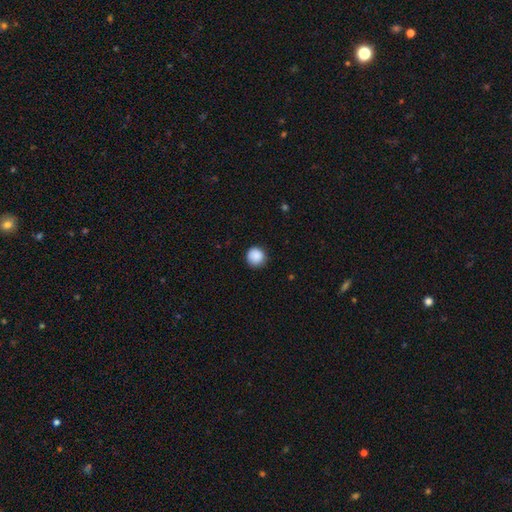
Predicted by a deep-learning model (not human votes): Smooth or featured? Predicted: smooth (p=0.89). How rounded? Predicted: round (p=0.94). Merging? Predicted: none (p=0.88).